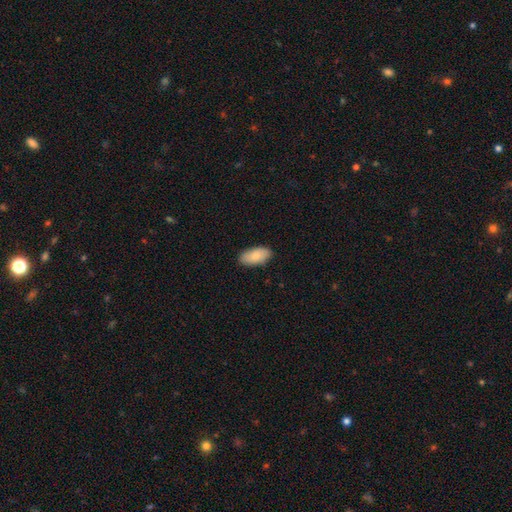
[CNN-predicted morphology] The model was most divided on "smooth or featured": smooth: 84%, featured or disk: 10%, star or artifact: 6%. More confident: how rounded — in between (94%); merging — none (88%).